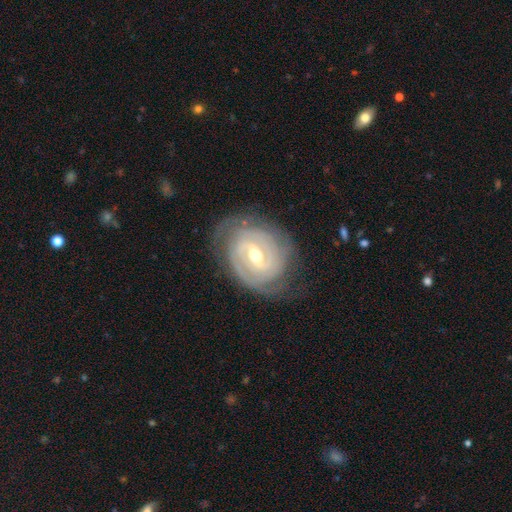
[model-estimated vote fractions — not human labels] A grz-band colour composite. It shows a featured or disk galaxy (89%) with a weak bar (50%), 2 (46%) tight (76%) spiral arms (96%) and a moderate central bulge (61%). Merging: none (76%).